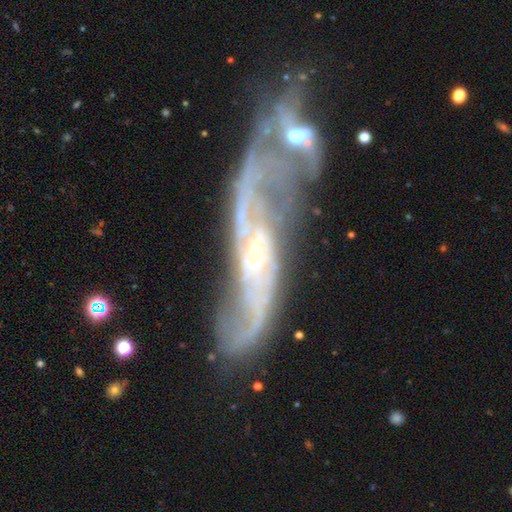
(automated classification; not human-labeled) smooth-or-featured: featured or disk: 87% | smooth: 7% | star or artifact: 6%
  disk-edge-on: no: 86% | yes: 14%
    bar: no: 49% | weak: 36% | strong: 15%
    has-spiral-arms: yes: 95% | no: 5%
      spiral-winding: loose: 43% | medium: 38% | tight: 19%
      spiral-arm-count: 2: 77% | can't tell: 11% | 3: 4% | 1: 3% | 4: 2% | more than 4: 2%
    bulge-size: small: 71% | moderate: 20% | none: 6% | large: 2% | dominant: 1%
  merging: merger: 52% | none: 24% | minor disturbance: 12% | major disturbance: 12%